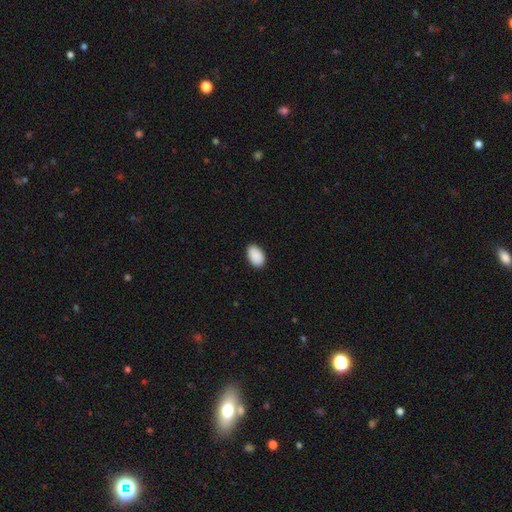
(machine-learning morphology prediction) Smooth or featured? smooth (91%)
How rounded? in between (93%)
Merging? none (88%)